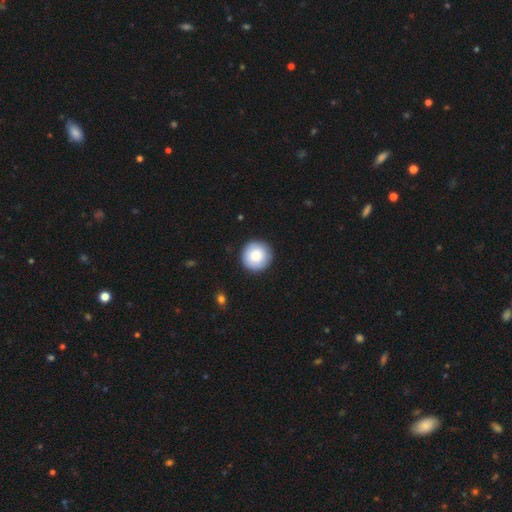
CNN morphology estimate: smooth-or-featured: smooth: 85% | featured or disk: 8% | star or artifact: 7%
  how-rounded: round: 96% | in between: 3% | cigar-shaped: 1%
  merging: none: 91% | minor disturbance: 6% | major disturbance: 2% | merger: 1%